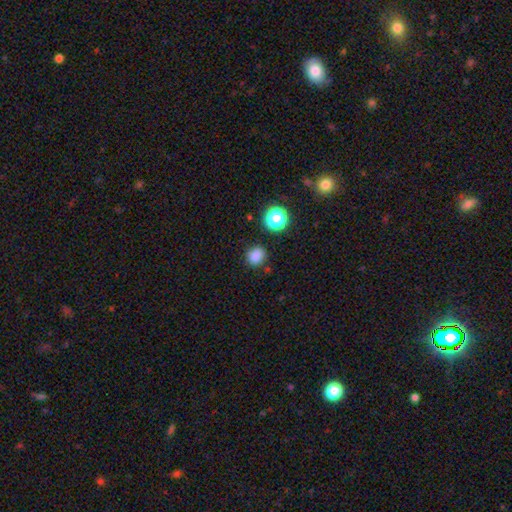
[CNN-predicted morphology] Smooth or featured: smooth — 81% (star or artifact — 15%)
How rounded: round — 74% (in between — 25%)
Merging: none — 80% (minor disturbance — 13%)